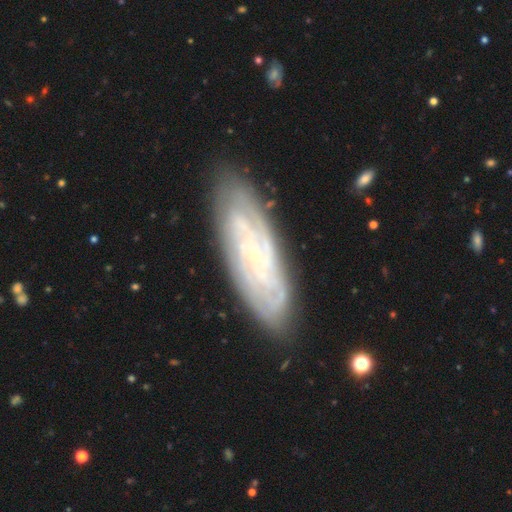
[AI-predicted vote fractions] Smooth or featured? featured or disk (75%)
Edge-on disk? no (83%)
Bar? no (67%)
Spiral arms? yes (89%)
Spiral winding? tight (74%)
Spiral arm count? can't tell (54%)
Bulge size? small (78%)
Merging? none (81%)